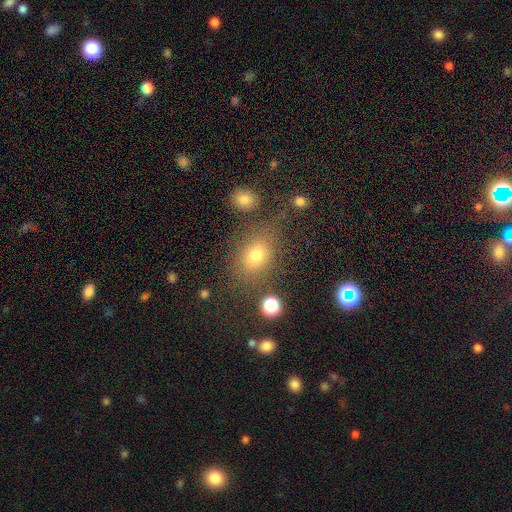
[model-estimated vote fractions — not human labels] Smooth or featured? Predicted: smooth (p=0.68). How rounded? Predicted: in between (p=0.58). Merging? Predicted: none (p=0.74).